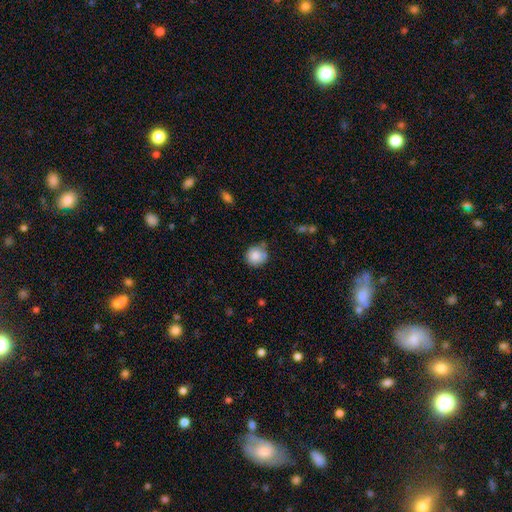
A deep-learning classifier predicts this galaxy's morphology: A smooth galaxy with no disk features (83%) that is round (92%).

Vote fractions:
- Smooth or featured? smooth: 83% / featured or disk: 9% / star or artifact: 8%
- How rounded? round: 92% / in between: 7% / cigar-shaped: 1%
- Merging? none: 73% / minor disturbance: 18% / merger: 6% / major disturbance: 3%